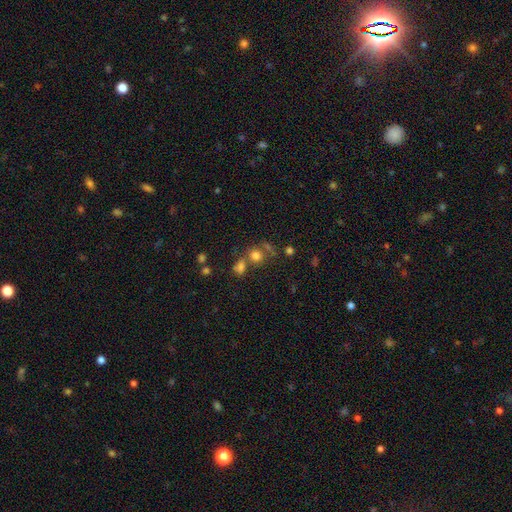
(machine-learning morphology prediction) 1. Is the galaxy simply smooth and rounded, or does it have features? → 72% smooth, 18% star or artifact, 10% featured or disk.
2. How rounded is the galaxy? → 73% round, 26% in between, 1% cigar-shaped.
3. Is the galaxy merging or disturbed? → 49% none, 34% merger, 11% minor disturbance, 7% major disturbance.